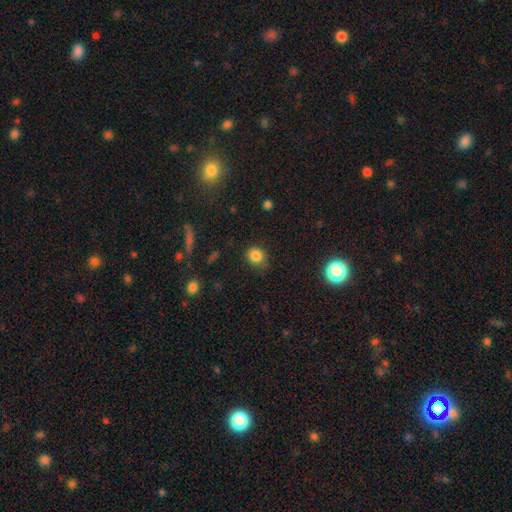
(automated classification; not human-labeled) Q: Smooth or featured?
A: smooth (82%); runner-up: star or artifact (13%)
Q: How rounded?
A: round (78%); runner-up: in between (21%)
Q: Merging?
A: none (76%); runner-up: minor disturbance (18%)